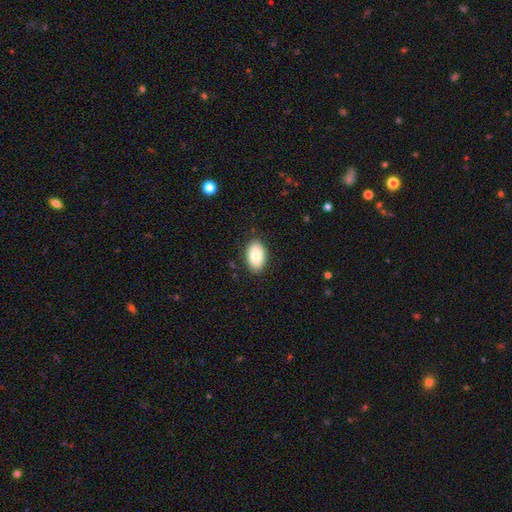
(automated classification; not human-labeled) Smooth or featured?
  - smooth: 86% *
  - featured or disk: 7%
  - star or artifact: 7%
How rounded?
  - in between: 93% *
  - round: 5%
  - cigar-shaped: 1%
Merging?
  - none: 86% *
  - minor disturbance: 10%
  - major disturbance: 2%
  - merger: 1%